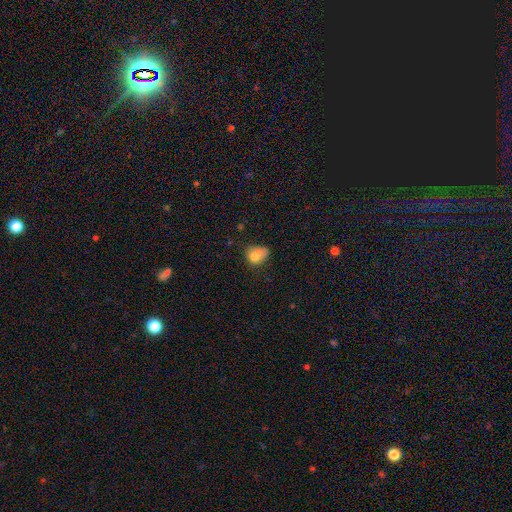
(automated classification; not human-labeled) The model was most divided on "merging": minor disturbance: 35%, none: 34%, major disturbance: 21%, merger: 10%. More confident: smooth or featured — smooth (76%); how rounded — in between (58%).